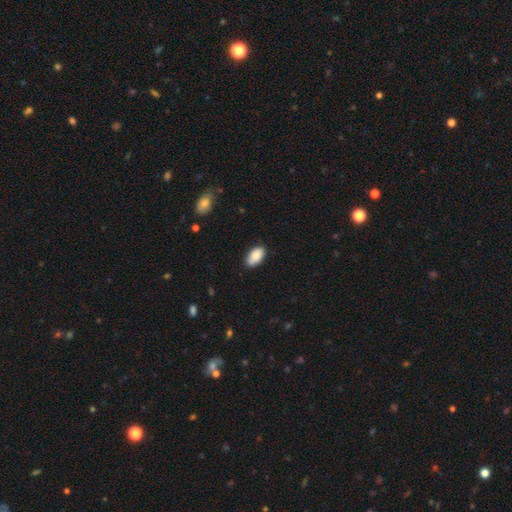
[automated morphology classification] This appears to be a smooth galaxy with no disk features (85%) that is in between round and cigar-shaped (94%). Merging: none (77%).